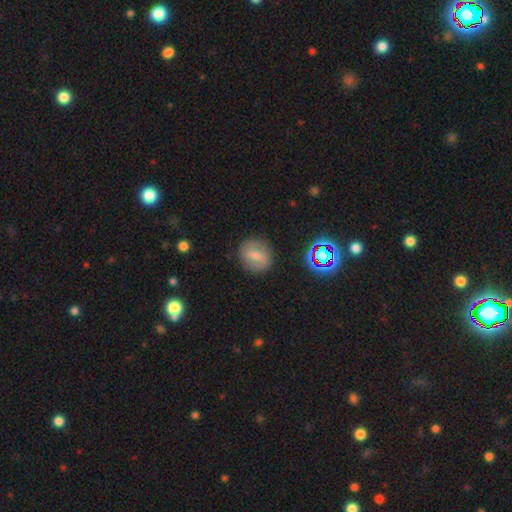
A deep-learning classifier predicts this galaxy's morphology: type=smooth (59%); roundness=round (72%); merging=none (84%).